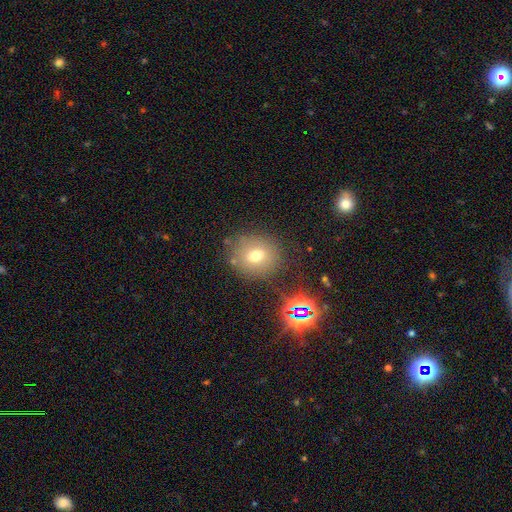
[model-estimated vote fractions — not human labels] This appears to be a smooth galaxy with no disk features (67%) that is round (77%). Merging: none (78%).